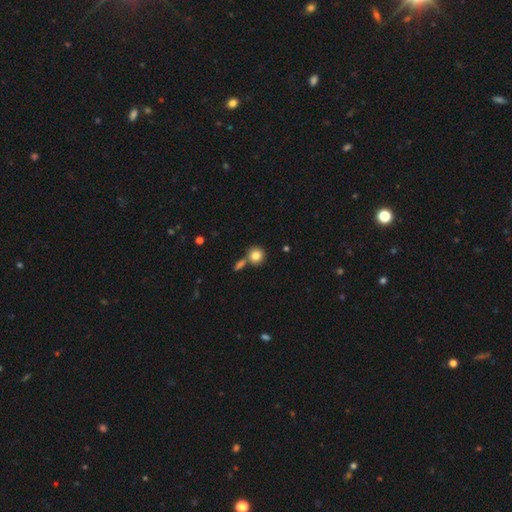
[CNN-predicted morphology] Smooth or featured: smooth — 83% (star or artifact — 9%)
How rounded: round — 88% (in between — 11%)
Merging: none — 63% (merger — 24%)